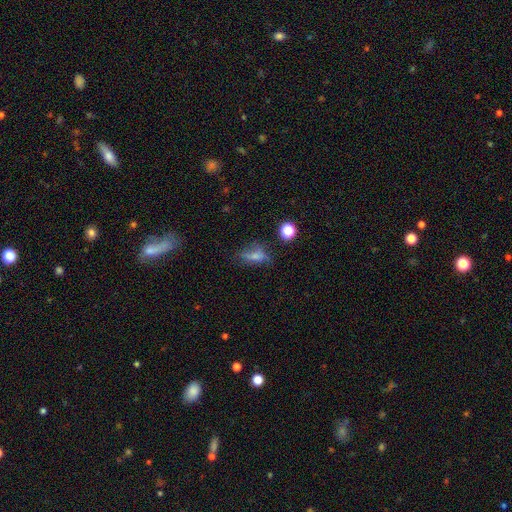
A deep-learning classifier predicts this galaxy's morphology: A smooth galaxy with no disk features (50%).

Vote fractions:
- Smooth or featured? smooth: 50% / featured or disk: 31% / star or artifact: 20%
- Merging? none: 47% / minor disturbance: 25% / major disturbance: 23% / merger: 6%